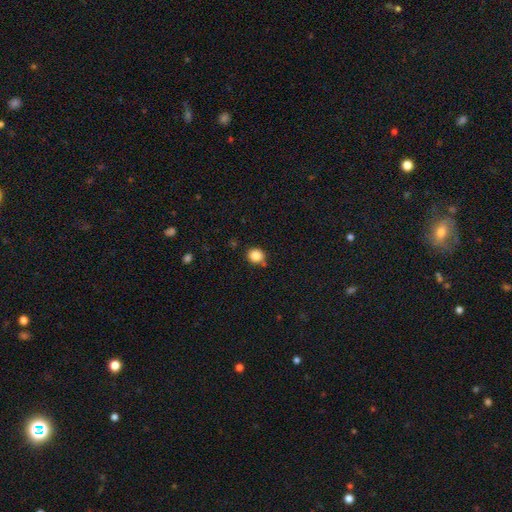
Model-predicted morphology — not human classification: A smooth galaxy with no disk features (85%) that is round (79%). Merging: none (80%).